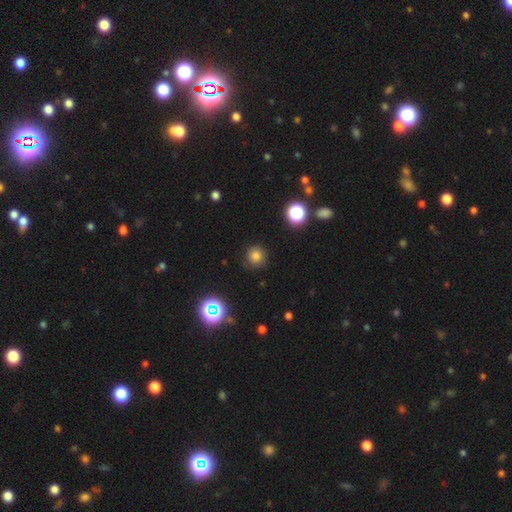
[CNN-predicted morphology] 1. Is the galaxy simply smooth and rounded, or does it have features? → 76% smooth, 18% star or artifact, 6% featured or disk.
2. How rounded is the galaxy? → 94% round, 5% in between, 1% cigar-shaped.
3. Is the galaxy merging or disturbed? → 87% none, 8% minor disturbance, 3% major disturbance, 1% merger.